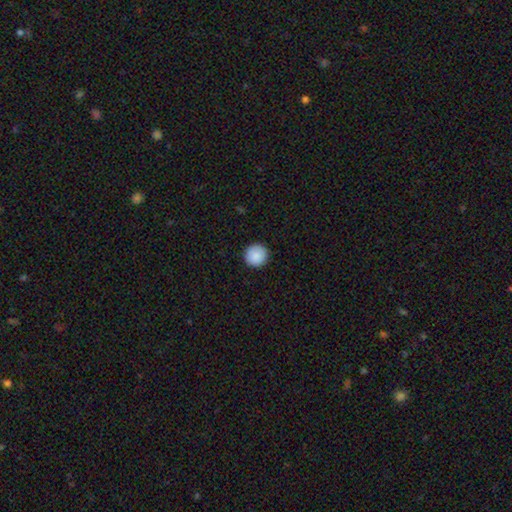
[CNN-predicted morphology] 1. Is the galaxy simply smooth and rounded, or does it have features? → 89% smooth, 7% star or artifact, 3% featured or disk.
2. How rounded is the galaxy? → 96% round, 3% in between, 1% cigar-shaped.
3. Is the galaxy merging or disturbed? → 92% none, 5% minor disturbance, 2% major disturbance, 1% merger.